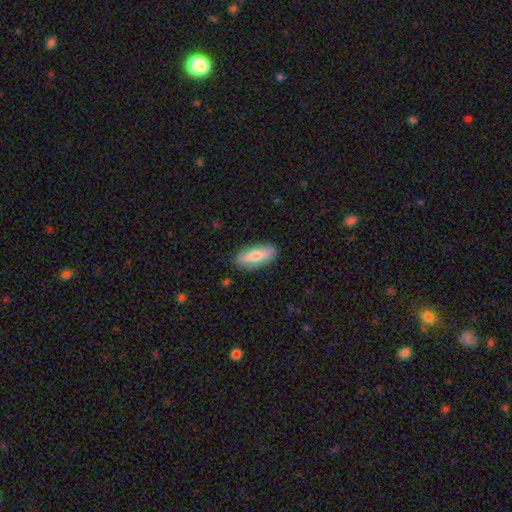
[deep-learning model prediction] The model was most divided on "how rounded": in between: 67%, cigar-shaped: 31%, round: 3%. More confident: merging — none (83%); smooth or featured — smooth (66%).